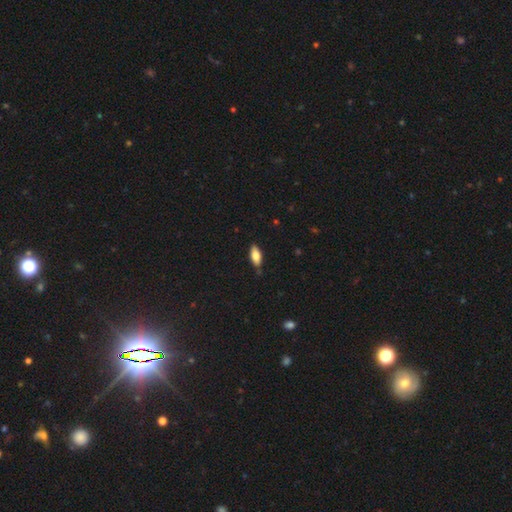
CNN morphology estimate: The model was most divided on "smooth or featured": smooth: 75%, featured or disk: 19%, star or artifact: 7%. More confident: merging — none (84%); how rounded — in between (82%).